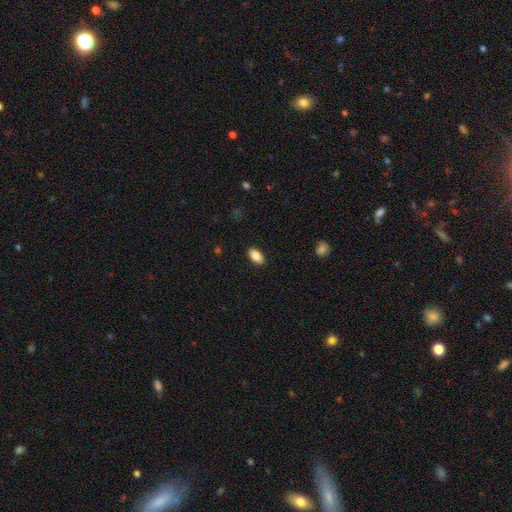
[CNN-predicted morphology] Smooth or featured? smooth (86%)
How rounded? in between (92%)
Merging? none (89%)